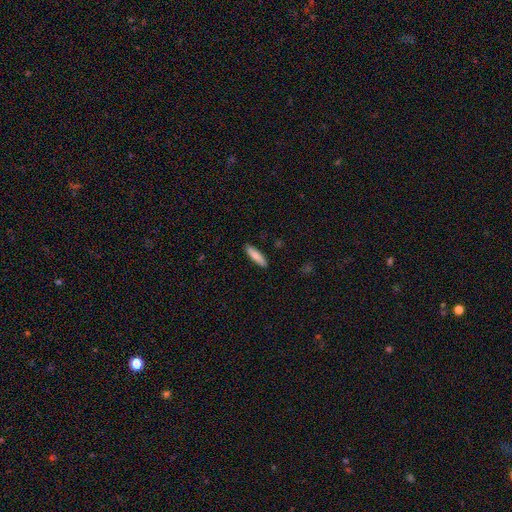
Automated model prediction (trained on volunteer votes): The model was most divided on "how rounded": cigar-shaped: 73%, in between: 26%, round: 2%. More confident: merging — none (89%); smooth or featured — smooth (81%).